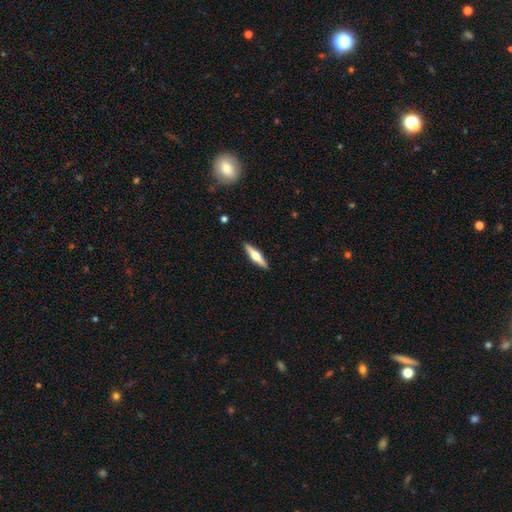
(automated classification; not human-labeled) Q: Smooth or featured?
A: featured or disk (62%); runner-up: smooth (33%)
Q: Edge-on disk?
A: yes (96%); runner-up: no (4%)
Q: Edge-on bulge?
A: rounded (95%); runner-up: boxy (3%)
Q: Merging?
A: none (91%); runner-up: minor disturbance (6%)